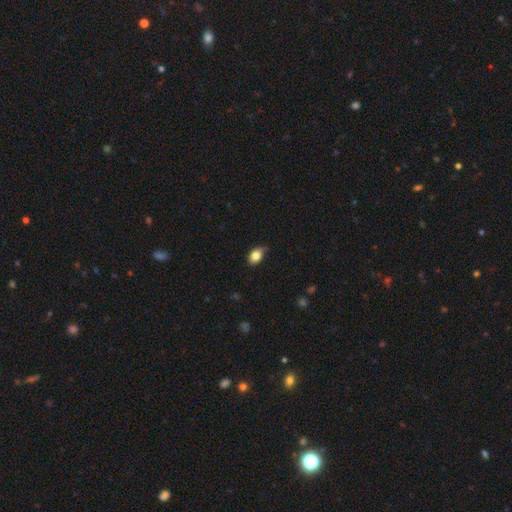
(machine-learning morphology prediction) Smooth or featured? smooth (79%)
How rounded? in between (74%)
Merging? none (55%)